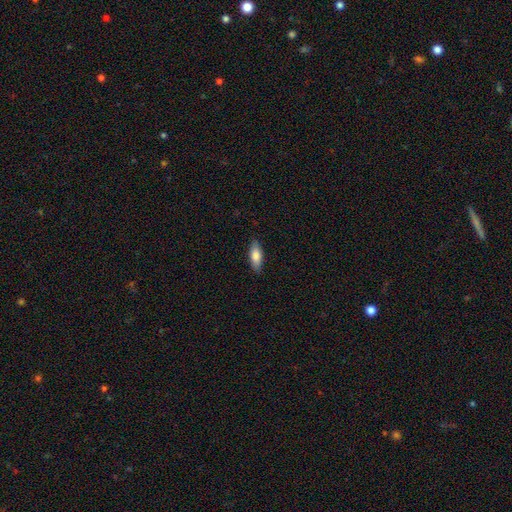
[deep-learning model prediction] smooth-or-featured: smooth: 78% | featured or disk: 16% | star or artifact: 6%
  how-rounded: in between: 70% | cigar-shaped: 28% | round: 2%
  merging: none: 87% | minor disturbance: 10% | major disturbance: 2% | merger: 1%